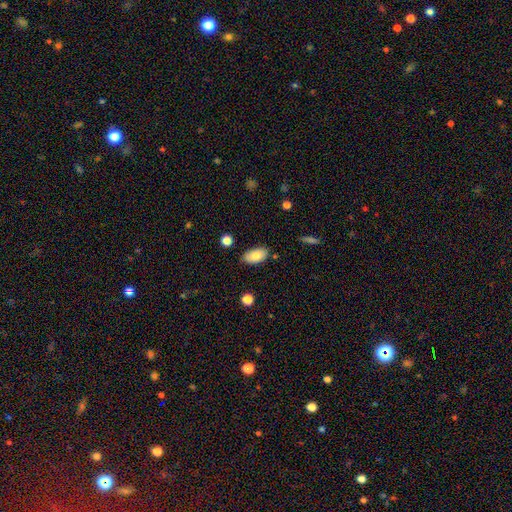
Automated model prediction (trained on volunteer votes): Smooth or featured: smooth — 81% (featured or disk — 12%)
How rounded: in between — 94% (round — 3%)
Merging: none — 81% (minor disturbance — 15%)